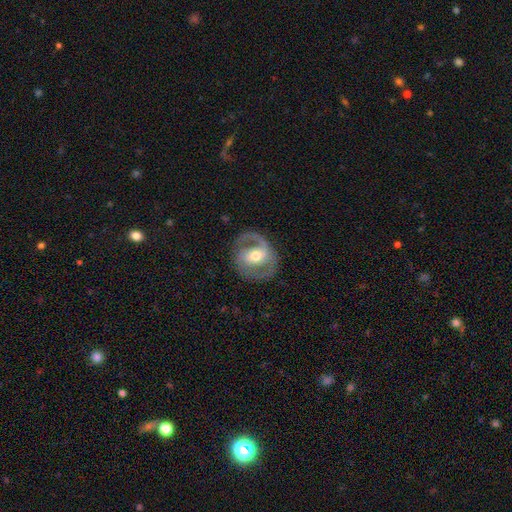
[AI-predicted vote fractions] featured or disk 81%, smooth 14%, star or artifact 5%. Down the decision tree: edge-on disk — no (97%); bar — weak (42%); spiral arms — yes (87%); spiral arm count — 2 (81%); spiral winding — medium (51%); bulge size — moderate (69%); merging — none (77%).